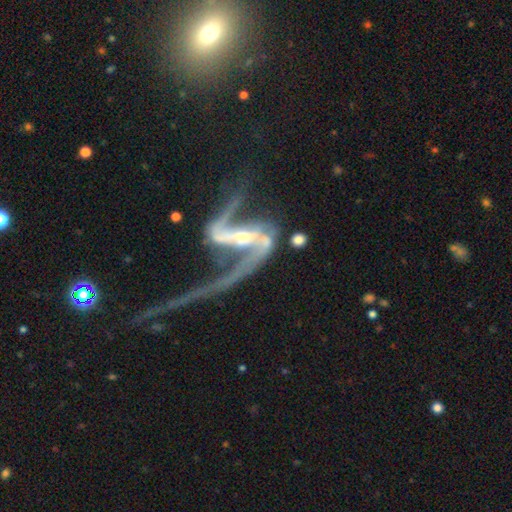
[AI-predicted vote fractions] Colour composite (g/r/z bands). It shows a featured or disk galaxy (90%) with a strong bar (57%), 2 (84%) loose (78%) spiral arms (94%) and a small central bulge (55%). Merging: major disturbance (45%).